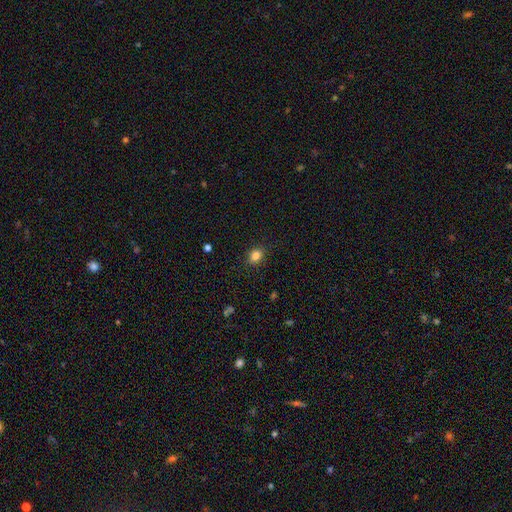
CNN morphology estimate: Q: Smooth or featured?
A: smooth (84%); runner-up: star or artifact (11%)
Q: How rounded?
A: round (50%); runner-up: in between (49%)
Q: Merging?
A: none (87%); runner-up: minor disturbance (9%)